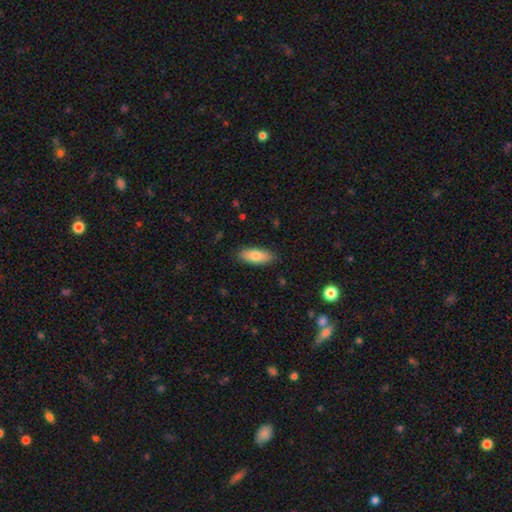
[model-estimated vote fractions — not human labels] Q: Smooth or featured?
A: smooth (78%); runner-up: featured or disk (15%)
Q: How rounded?
A: in between (75%); runner-up: cigar-shaped (23%)
Q: Merging?
A: none (88%); runner-up: minor disturbance (9%)